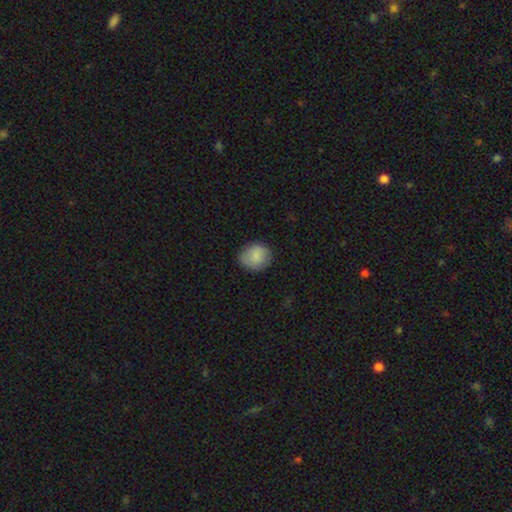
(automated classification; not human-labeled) Morphology: type=smooth (82%); roundness=round (75%); merging=none (77%).